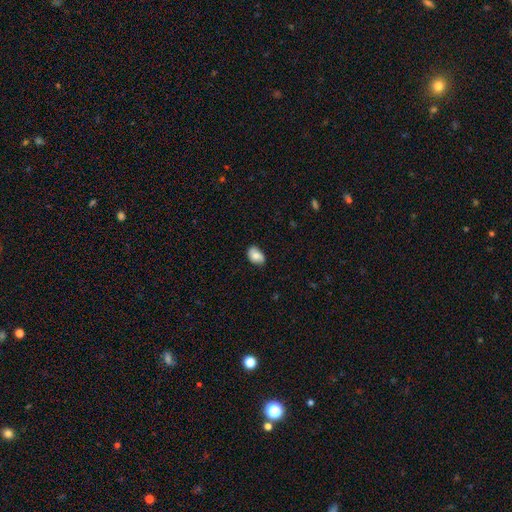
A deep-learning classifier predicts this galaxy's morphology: This appears to be a smooth galaxy with no disk features (73%) that is in between round and cigar-shaped (85%). Merging: none (76%).